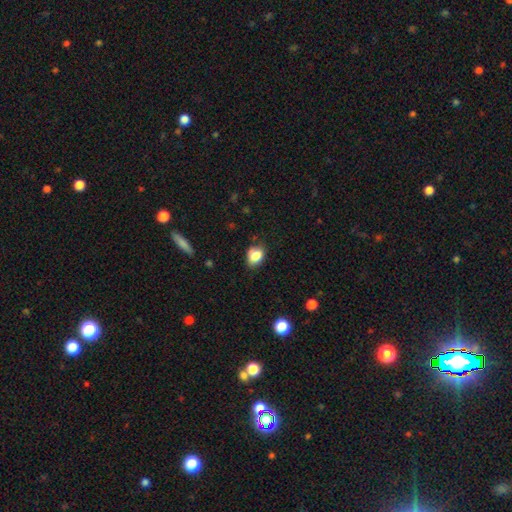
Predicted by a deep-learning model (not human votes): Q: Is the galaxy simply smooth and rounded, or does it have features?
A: smooth — 83%.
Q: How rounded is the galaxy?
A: in between — 64%.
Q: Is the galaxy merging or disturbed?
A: none — 67%.